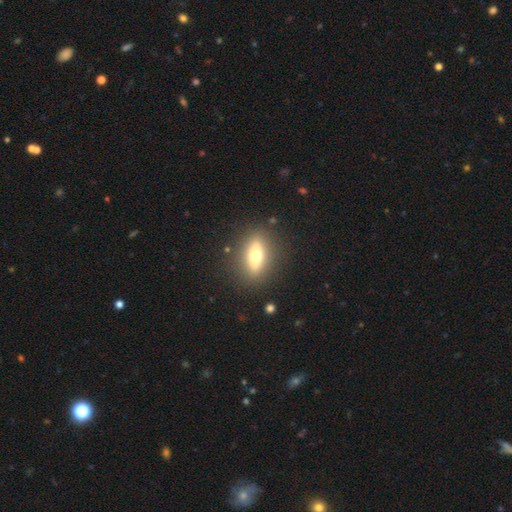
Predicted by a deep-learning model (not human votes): smooth 56%, featured or disk 36%, star or artifact 9%. Down the decision tree: how rounded — in between (68%); merging — none (85%).